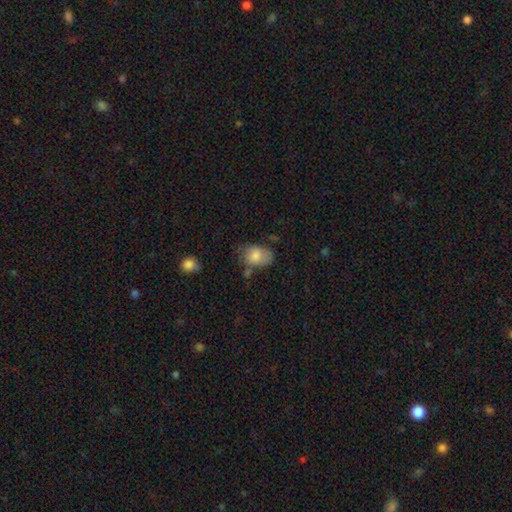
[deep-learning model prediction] This is likely a smooth galaxy (73%). How rounded: likely in between (77%). Merging: marginally none (44%).